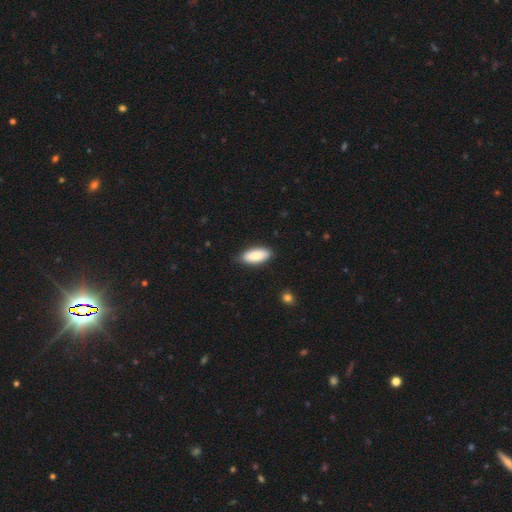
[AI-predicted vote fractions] A smooth galaxy with no disk features (86%) that is in between round and cigar-shaped (87%).

Vote fractions:
- Smooth or featured? smooth: 86% / featured or disk: 8% / star or artifact: 6%
- How rounded? in between: 87% / cigar-shaped: 11% / round: 2%
- Merging? none: 83% / minor disturbance: 14% / major disturbance: 2% / merger: 1%